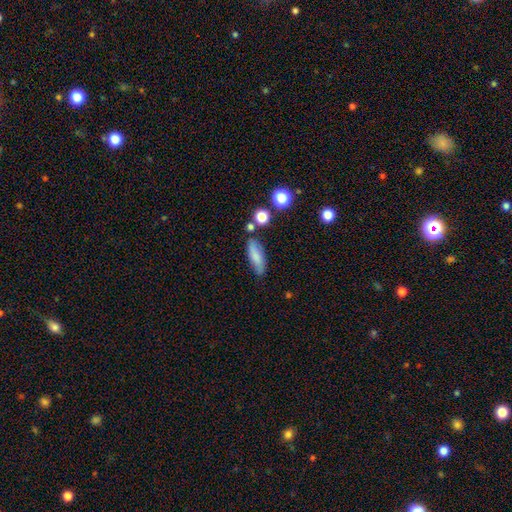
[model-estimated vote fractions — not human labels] smooth 77%, featured or disk 15%, star or artifact 8%. Down the decision tree: how rounded — in between (58%); merging — none (75%).